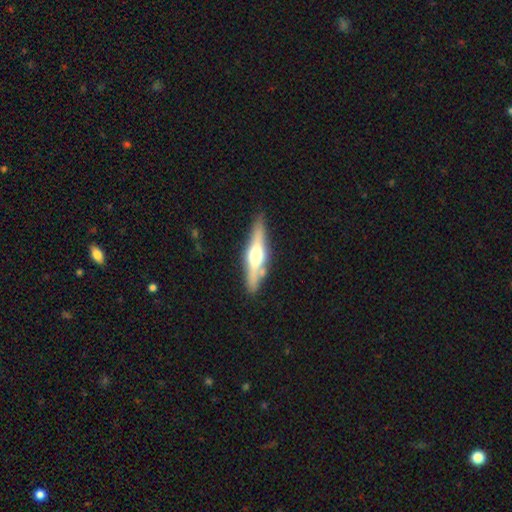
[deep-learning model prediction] Overall: featured or disk (63%; smooth 32%). Edge-on disk: yes (94%). Edge-on bulge: rounded (92%). Merging: none (80%).